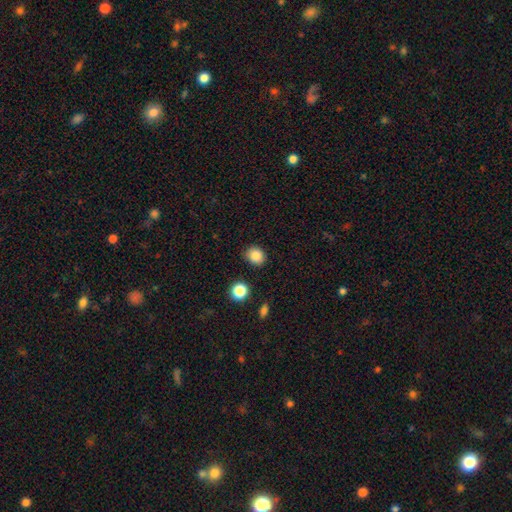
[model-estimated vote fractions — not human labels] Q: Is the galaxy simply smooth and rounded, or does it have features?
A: smooth — 84%.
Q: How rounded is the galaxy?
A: round — 70%.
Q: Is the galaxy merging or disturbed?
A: none — 86%.